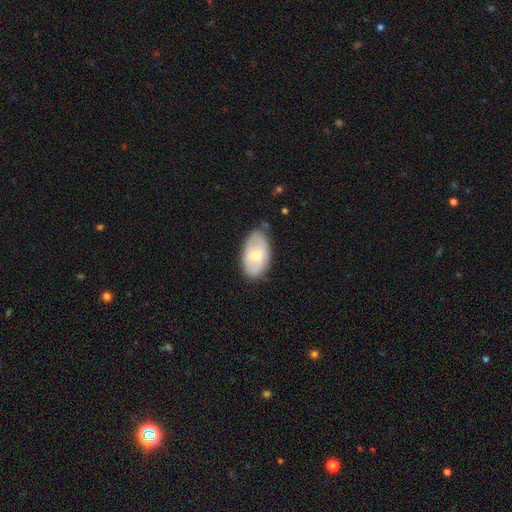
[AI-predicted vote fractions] This appears to be a smooth galaxy with no disk features (58%) that is in between round and cigar-shaped (93%). Merging: none (72%).